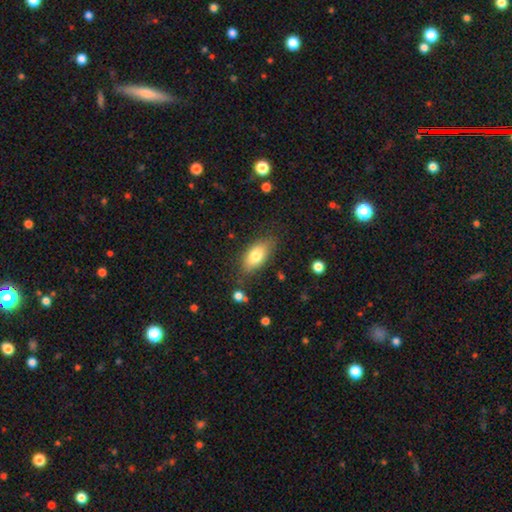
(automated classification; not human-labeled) A smooth galaxy with no disk features (78%) that is in between round and cigar-shaped (88%).

Vote fractions:
- Smooth or featured? smooth: 78% / featured or disk: 15% / star or artifact: 7%
- How rounded? in between: 88% / cigar-shaped: 7% / round: 5%
- Merging? none: 79% / minor disturbance: 15% / major disturbance: 4% / merger: 2%